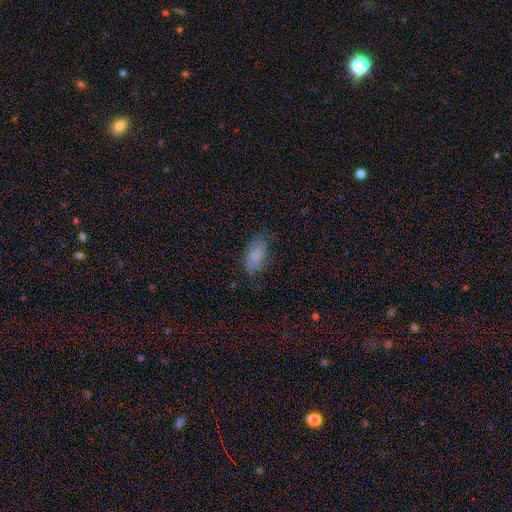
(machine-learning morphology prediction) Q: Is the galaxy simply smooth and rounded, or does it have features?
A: smooth — 69%.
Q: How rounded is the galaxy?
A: in between — 92%.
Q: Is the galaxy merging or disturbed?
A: none — 64%.